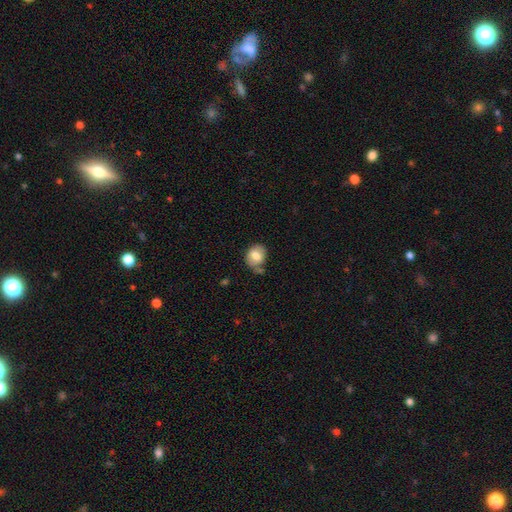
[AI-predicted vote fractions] smooth 74%, featured or disk 18%, star or artifact 8%. Down the decision tree: how rounded — round (55%); merging — none (56%).